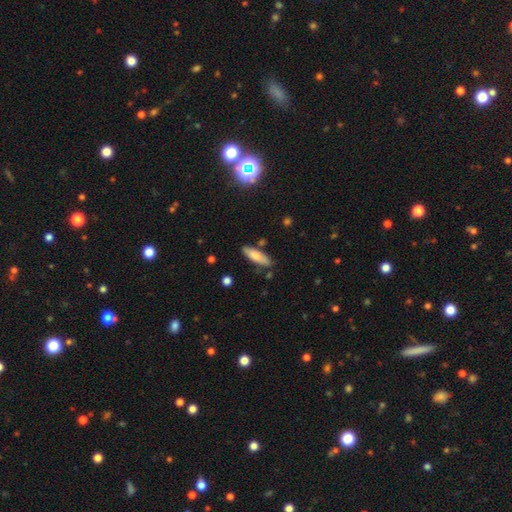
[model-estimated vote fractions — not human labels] Morphology: type=smooth (77%); roundness=cigar-shaped (58%); merging=none (80%).